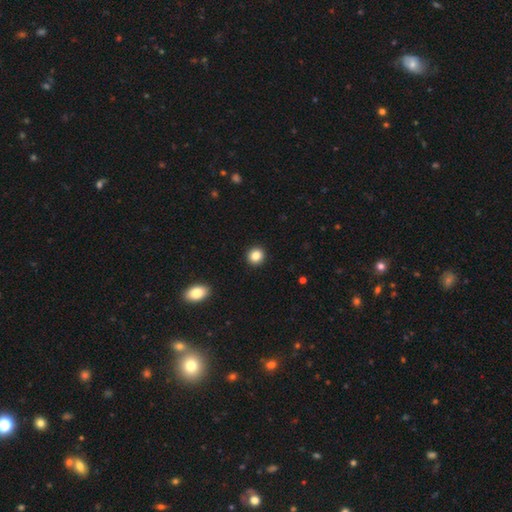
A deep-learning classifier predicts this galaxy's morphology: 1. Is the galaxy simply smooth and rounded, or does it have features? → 84% smooth, 11% star or artifact, 5% featured or disk.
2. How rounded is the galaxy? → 92% round, 7% in between, 1% cigar-shaped.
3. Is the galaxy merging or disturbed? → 93% none, 4% minor disturbance, 2% major disturbance, 1% merger.